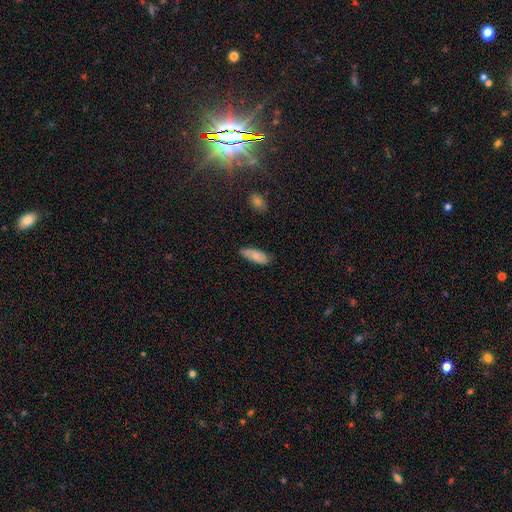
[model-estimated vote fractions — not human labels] The model was most divided on "smooth or featured": smooth: 75%, featured or disk: 19%, star or artifact: 6%. More confident: how rounded — in between (80%); merging — none (78%).